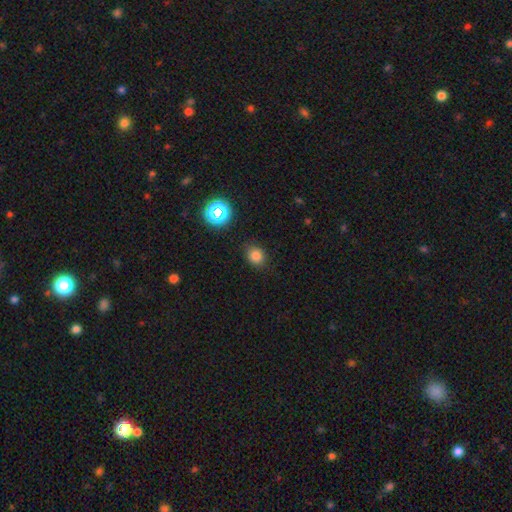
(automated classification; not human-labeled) The model was most divided on "how rounded": round: 66%, in between: 33%, cigar-shaped: 1%. More confident: merging — none (84%); smooth or featured — smooth (78%).